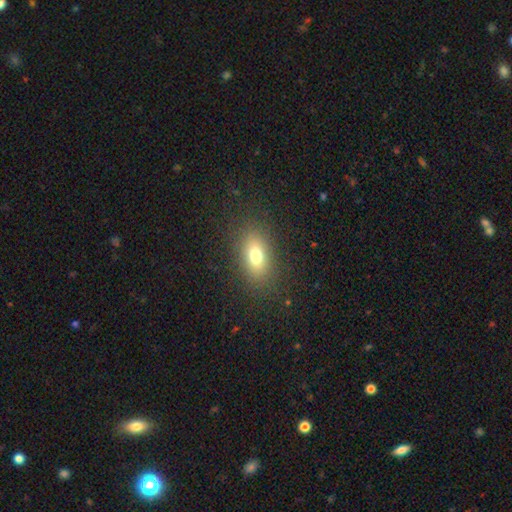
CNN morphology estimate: This is likely a smooth galaxy (74%). How rounded: clearly in between (83%). Merging: clearly none (85%).